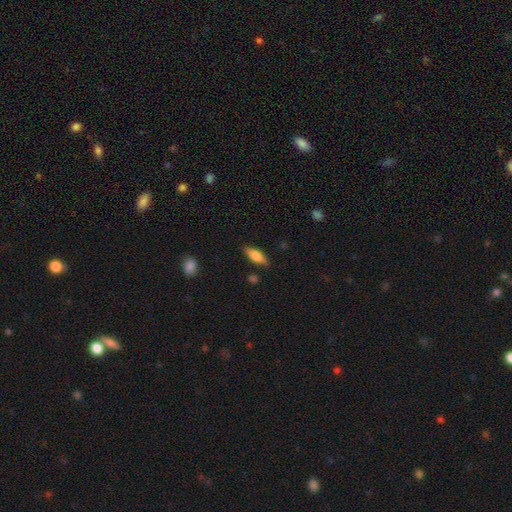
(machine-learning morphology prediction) Smooth or featured: smooth — 71% (featured or disk — 22%)
How rounded: in between — 65% (cigar-shaped — 32%)
Merging: none — 83% (minor disturbance — 12%)